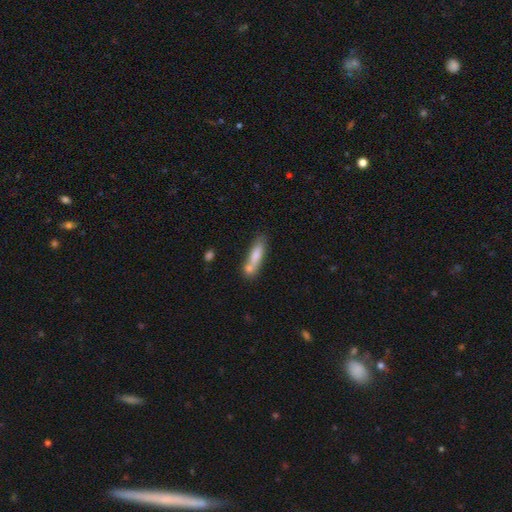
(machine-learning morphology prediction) smooth-or-featured: smooth: 74% | featured or disk: 19% | star or artifact: 7%
  how-rounded: cigar-shaped: 70% | in between: 28% | round: 2%
  merging: none: 48% | merger: 32% | minor disturbance: 15% | major disturbance: 5%